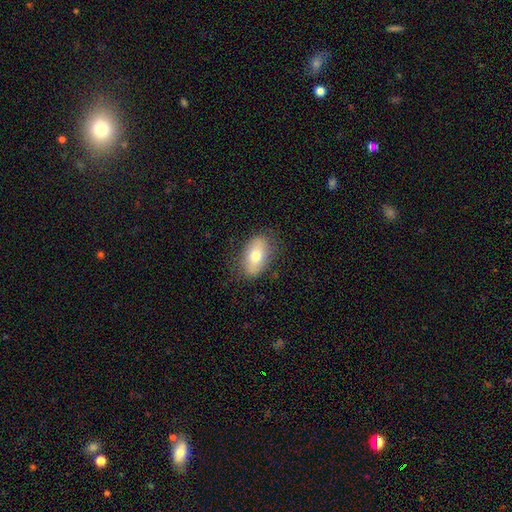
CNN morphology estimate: smooth 71%, featured or disk 22%, star or artifact 7%. Down the decision tree: how rounded — in between (90%); merging — none (81%).